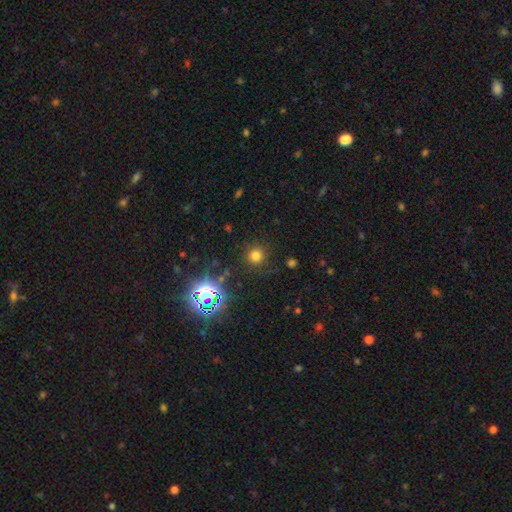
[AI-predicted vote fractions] Smooth or featured? smooth (70%)
How rounded? round (94%)
Merging? none (86%)